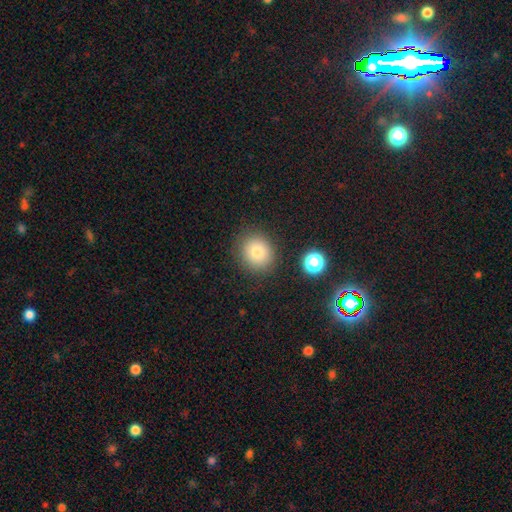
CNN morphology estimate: smooth_or_featured: smooth (p=0.80) [alt: star or artifact p=0.12]
how_rounded: round (p=0.81) [alt: in between p=0.18]
merging: none (p=0.85) [alt: minor disturbance p=0.09]